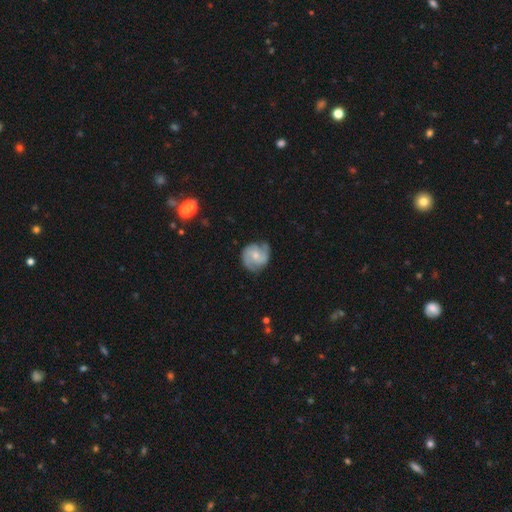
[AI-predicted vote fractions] Overall: featured or disk (74%). Edge-on disk: no (98%). Bar: no (55%; weak 38%). Spiral arms: yes (94%). Spiral arm count: 2 (74%). Spiral winding: medium (46%; tight 39%). Bulge size: small (49%; moderate 44%). Merging: none (73%).